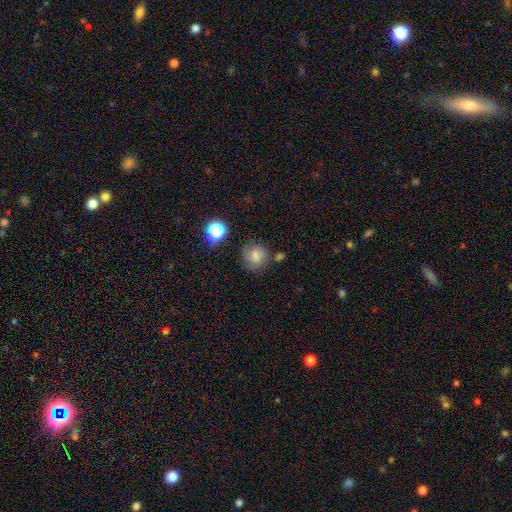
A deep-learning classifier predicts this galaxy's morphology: The model was most divided on "merging": none: 66%, minor disturbance: 20%, major disturbance: 8%, merger: 6%. More confident: how rounded — round (85%); smooth or featured — smooth (68%).